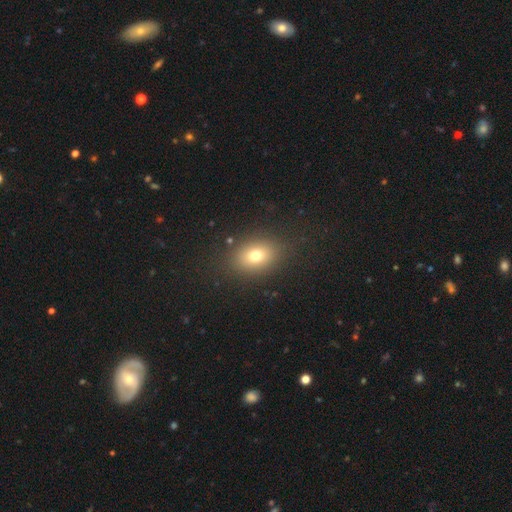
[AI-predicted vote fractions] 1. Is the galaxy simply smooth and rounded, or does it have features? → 74% smooth, 14% star or artifact, 12% featured or disk.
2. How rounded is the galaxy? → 65% in between, 34% round, 1% cigar-shaped.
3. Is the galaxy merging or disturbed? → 85% none, 9% minor disturbance, 5% major disturbance, 1% merger.